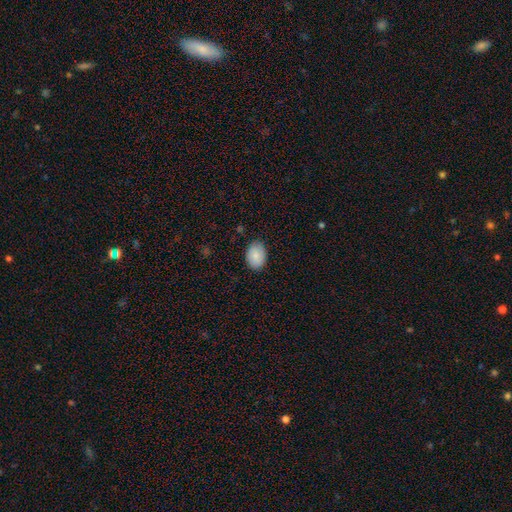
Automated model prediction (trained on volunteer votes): smooth_or_featured: smooth (p=0.84) [alt: featured or disk p=0.09]
how_rounded: in between (p=0.81) [alt: round p=0.18]
merging: none (p=0.84) [alt: minor disturbance p=0.12]